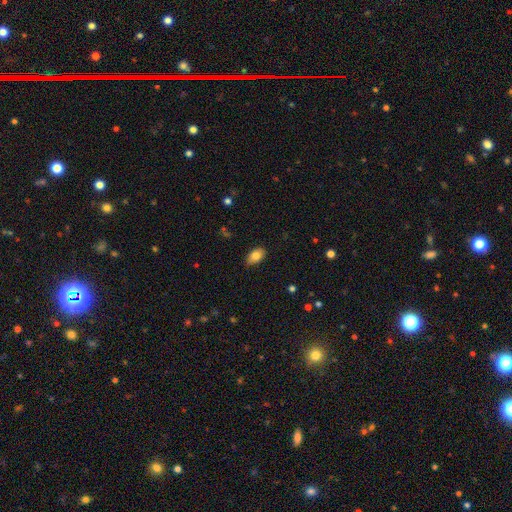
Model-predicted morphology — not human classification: A smooth galaxy with no disk features (82%) that is in between round and cigar-shaped (88%). Merging: none (72%).